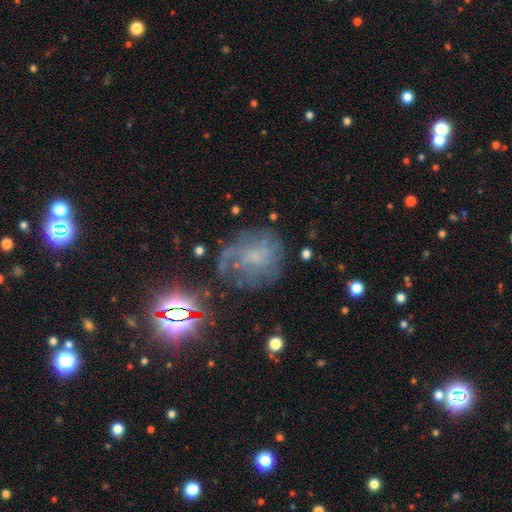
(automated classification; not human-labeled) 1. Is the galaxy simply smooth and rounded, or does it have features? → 49% featured or disk, 28% smooth, 23% star or artifact.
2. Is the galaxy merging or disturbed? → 55% none, 21% major disturbance, 21% minor disturbance, 3% merger.